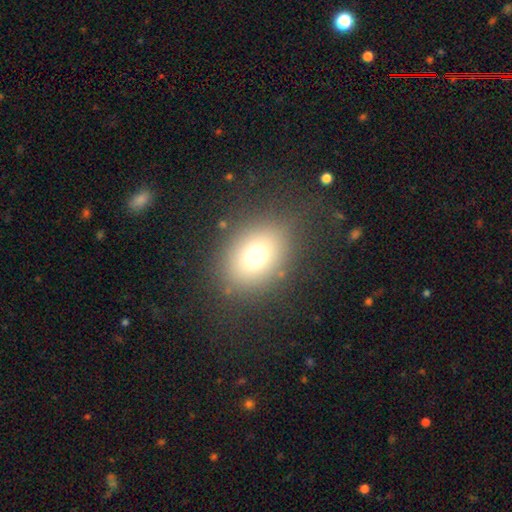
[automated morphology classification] Smooth or featured? Predicted: smooth (p=0.72). How rounded? Predicted: in between (p=0.57). Merging? Predicted: none (p=0.81).